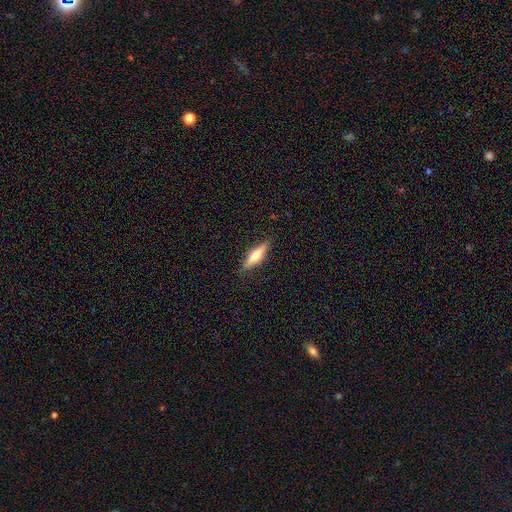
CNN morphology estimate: Smooth or featured: smooth — 54% (featured or disk — 40%)
How rounded: cigar-shaped — 65% (in between — 32%)
Merging: none — 87% (minor disturbance — 10%)